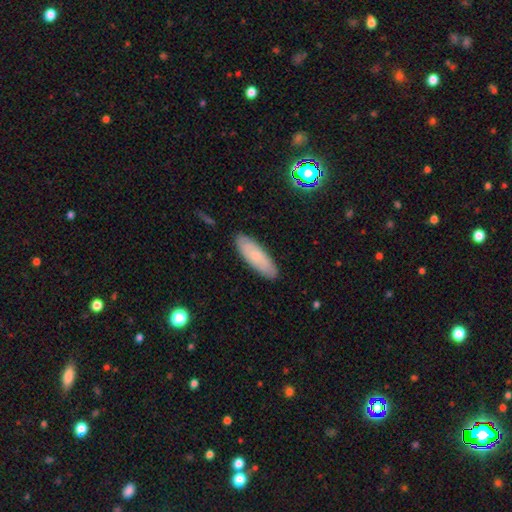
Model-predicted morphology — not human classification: Smooth or featured? smooth (66%)
How rounded? in between (56%)
Merging? none (87%)